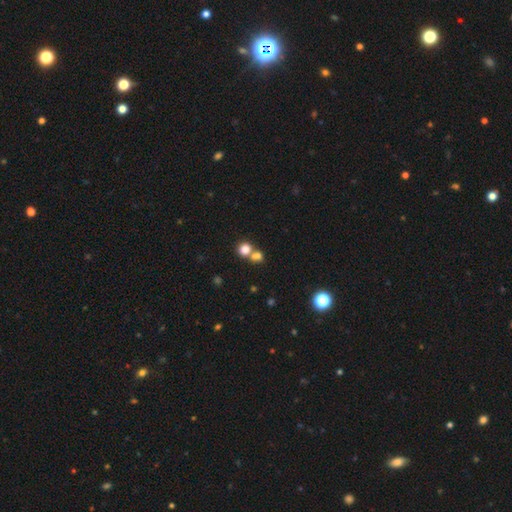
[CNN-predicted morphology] smooth 75%, star or artifact 15%, featured or disk 10%. Down the decision tree: how rounded — round (78%); merging — merger (47%).